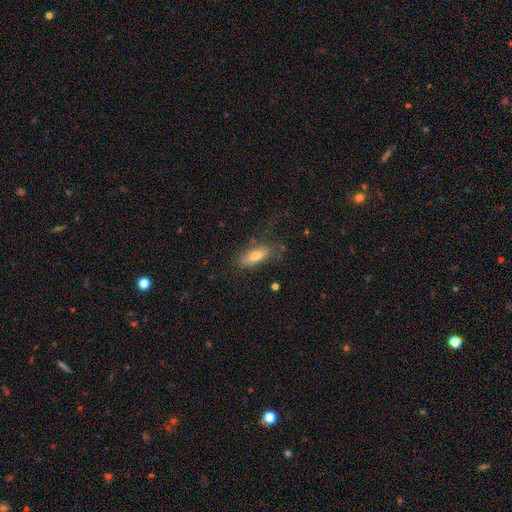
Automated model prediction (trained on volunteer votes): Morphology: type=smooth (67%); roundness=in between (65%); merging=none (62%).